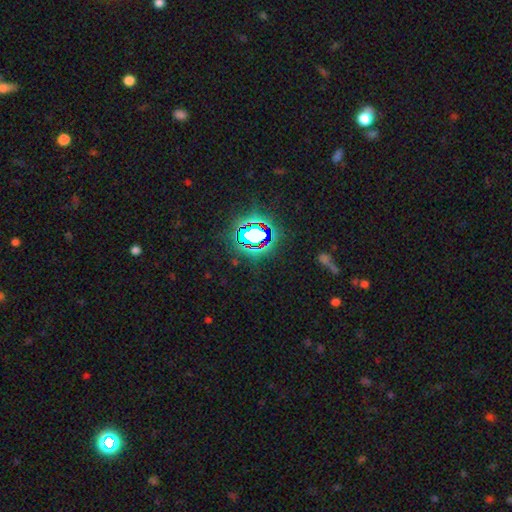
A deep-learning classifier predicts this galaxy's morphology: Smooth or featured? star or artifact (79%)